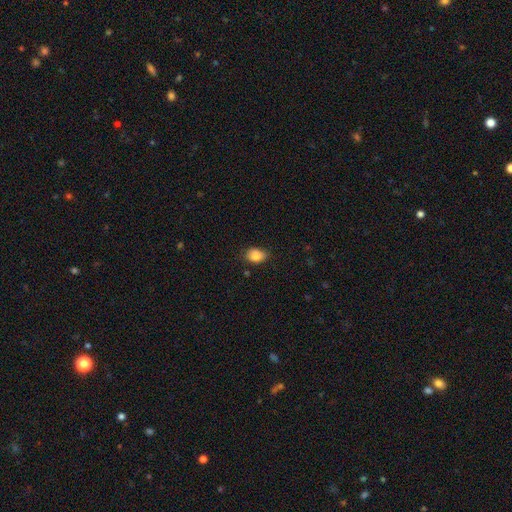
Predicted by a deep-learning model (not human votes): The model was most divided on "how rounded": in between: 77%, round: 22%, cigar-shaped: 1%. More confident: smooth or featured — smooth (87%); merging — none (77%).